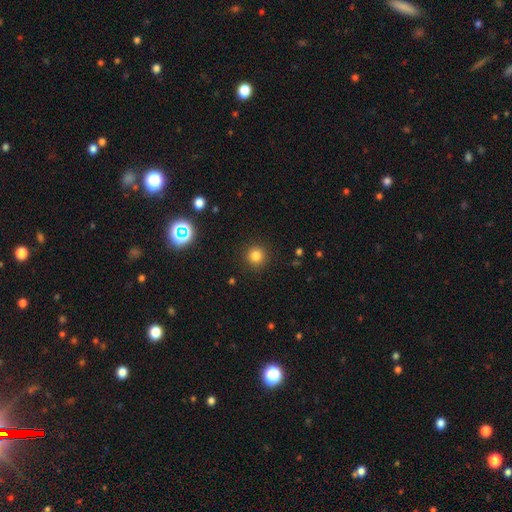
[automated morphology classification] Smooth or featured? Predicted: smooth (p=0.81). How rounded? Predicted: round (p=0.94). Merging? Predicted: none (p=0.91).